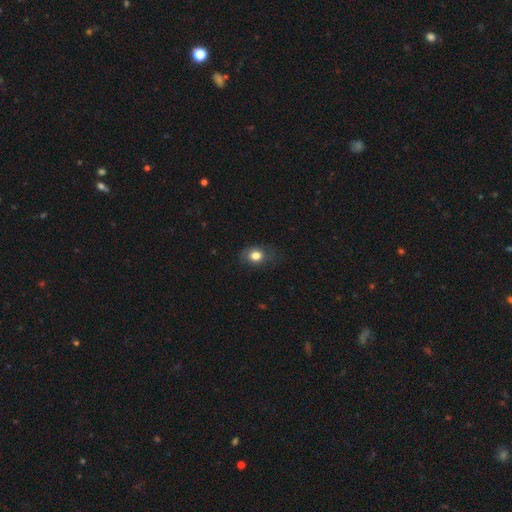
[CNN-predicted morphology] This appears to be a smooth galaxy with no disk features (78%) that is in between round and cigar-shaped (56%). Merging: none (71%).